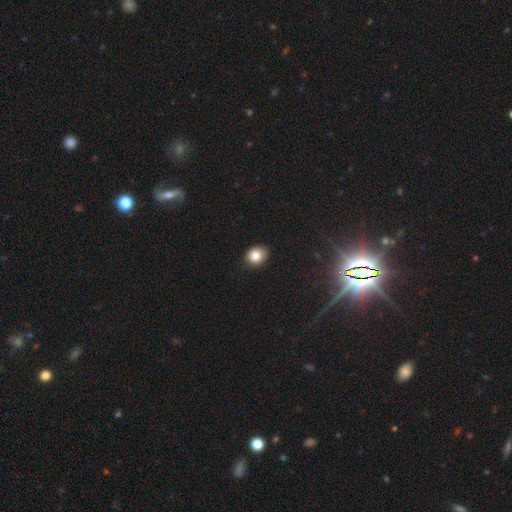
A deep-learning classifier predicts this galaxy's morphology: Smooth or featured?
  - smooth: 82% *
  - star or artifact: 10%
  - featured or disk: 8%
How rounded?
  - round: 60% *
  - in between: 39%
  - cigar-shaped: 1%
Merging?
  - none: 83% *
  - minor disturbance: 14%
  - major disturbance: 2%
  - merger: 1%